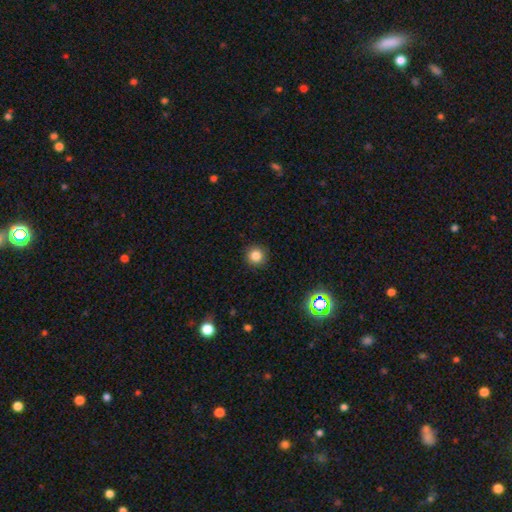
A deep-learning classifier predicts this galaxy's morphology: Q: Smooth or featured?
A: smooth (84%); runner-up: star or artifact (12%)
Q: How rounded?
A: round (95%); runner-up: in between (4%)
Q: Merging?
A: none (92%); runner-up: minor disturbance (5%)